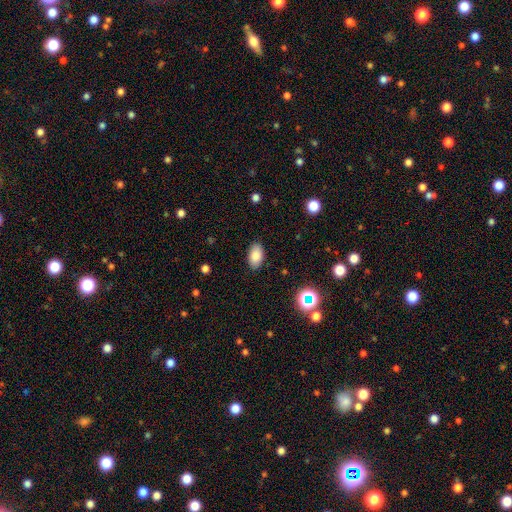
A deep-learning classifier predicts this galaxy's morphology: A smooth galaxy with no disk features (83%) that is in between round and cigar-shaped (93%). Merging: none (88%).